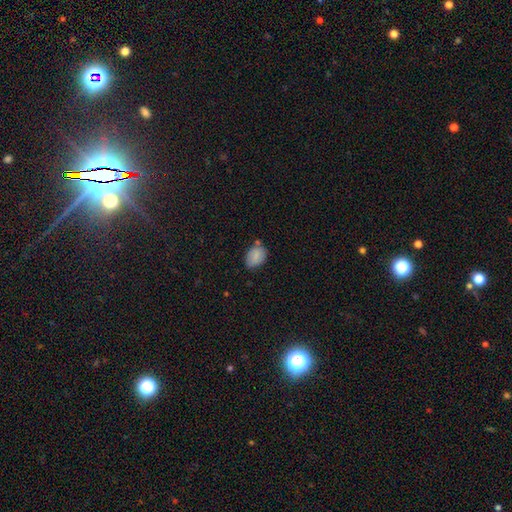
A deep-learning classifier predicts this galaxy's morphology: Smooth or featured? smooth (82%)
How rounded? in between (79%)
Merging? none (65%)